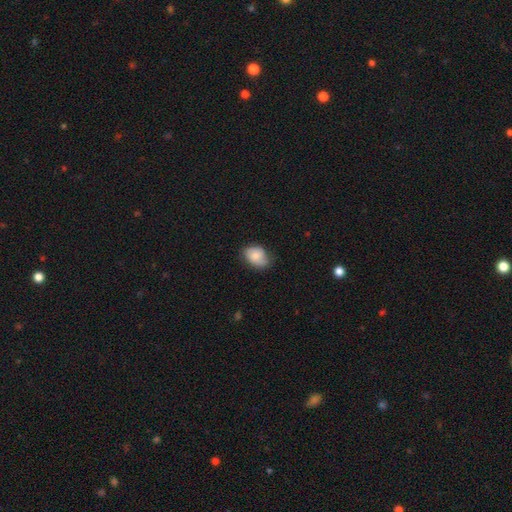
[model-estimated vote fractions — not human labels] smooth_or_featured: smooth (p=0.75) [alt: featured or disk p=0.17]
how_rounded: in between (p=0.74) [alt: round p=0.25]
merging: none (p=0.61) [alt: minor disturbance p=0.31]